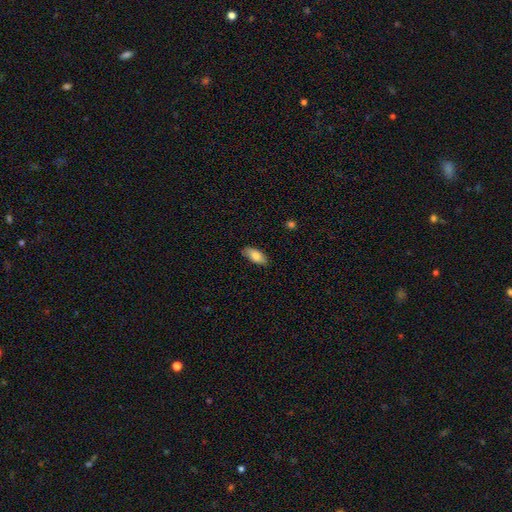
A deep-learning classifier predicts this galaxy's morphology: Smooth or featured?
  - smooth: 80% *
  - featured or disk: 14%
  - star or artifact: 6%
How rounded?
  - in between: 87% *
  - cigar-shaped: 11%
  - round: 2%
Merging?
  - none: 84% *
  - minor disturbance: 13%
  - major disturbance: 2%
  - merger: 1%